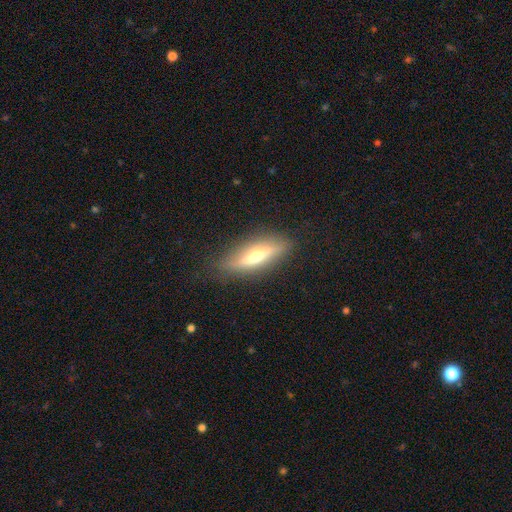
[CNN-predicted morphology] Smooth or featured? Predicted: featured or disk (p=0.50). Edge-on disk? Predicted: yes (p=0.82). Merging? Predicted: none (p=0.83).